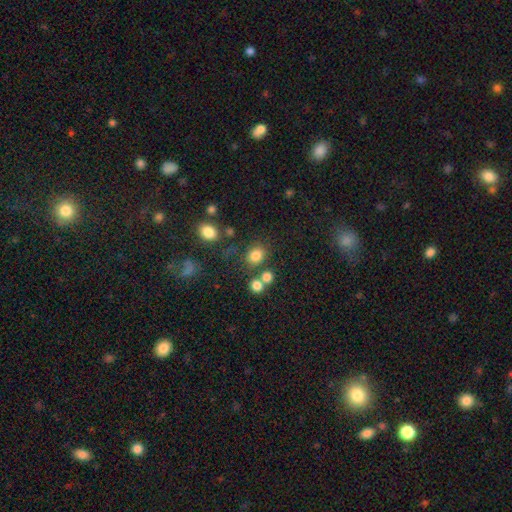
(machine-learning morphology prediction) smooth-or-featured: smooth: 79% | star or artifact: 14% | featured or disk: 7%
  how-rounded: round: 62% | in between: 37% | cigar-shaped: 1%
  merging: none: 69% | merger: 14% | minor disturbance: 11% | major disturbance: 5%